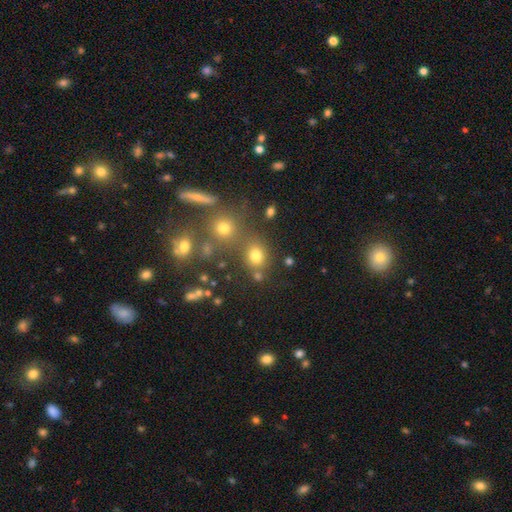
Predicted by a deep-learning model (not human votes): Morphology: type=smooth (73%); roundness=round (69%); merging=none (64%).